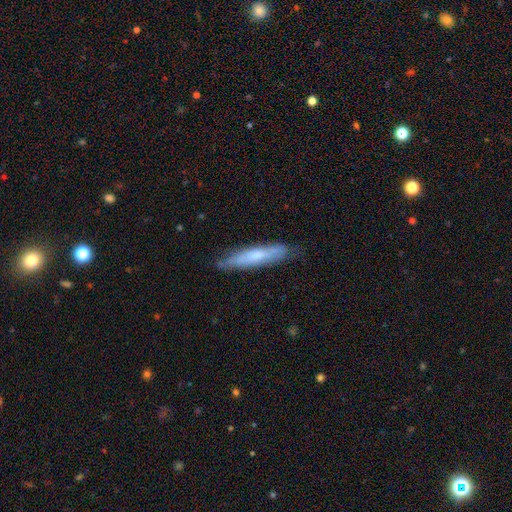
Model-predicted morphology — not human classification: Q: Smooth or featured?
A: smooth (55%); runner-up: featured or disk (39%)
Q: How rounded?
A: cigar-shaped (88%); runner-up: in between (11%)
Q: Merging?
A: none (78%); runner-up: minor disturbance (18%)